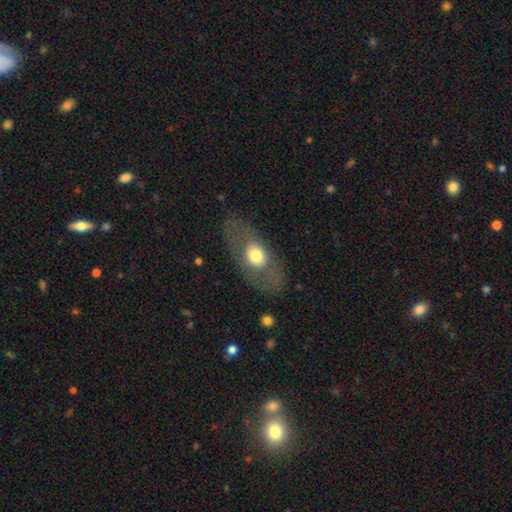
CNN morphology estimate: Q: Smooth or featured?
A: smooth (53%); runner-up: featured or disk (40%)
Q: How rounded?
A: in between (80%); runner-up: round (16%)
Q: Merging?
A: none (76%); runner-up: minor disturbance (13%)